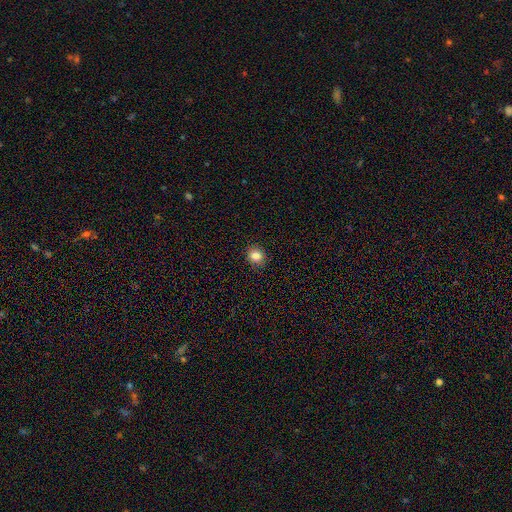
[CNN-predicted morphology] Smooth or featured? Predicted: smooth (p=0.83). How rounded? Predicted: round (p=0.77). Merging? Predicted: none (p=0.90).